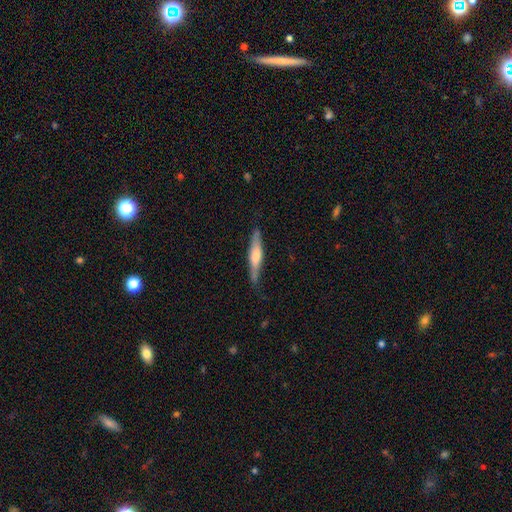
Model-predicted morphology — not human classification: smooth_or_featured: featured or disk (p=0.52) [alt: smooth p=0.43]
disk_edge_on: yes (p=0.93) [alt: no p=0.07]
merging: none (p=0.79) [alt: minor disturbance p=0.16]